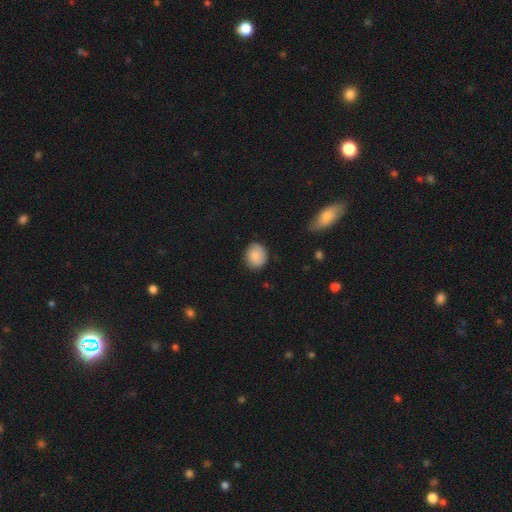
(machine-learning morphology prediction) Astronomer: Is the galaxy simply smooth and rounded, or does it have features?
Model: smooth — 79%.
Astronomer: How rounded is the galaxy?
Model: round — 67%.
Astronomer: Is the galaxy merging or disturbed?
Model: none — 76%.